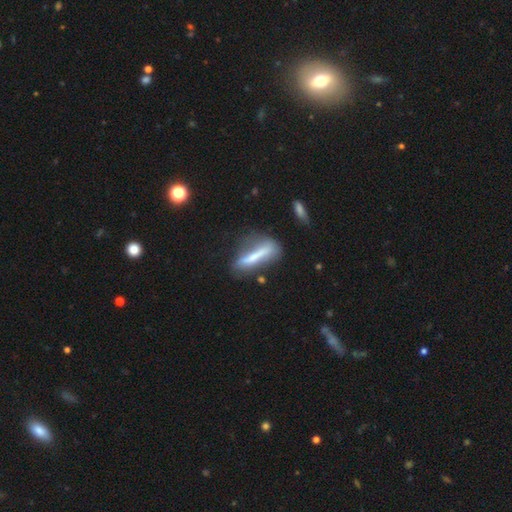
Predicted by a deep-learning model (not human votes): A smooth galaxy with no disk features (49%). Merging: none (54%).